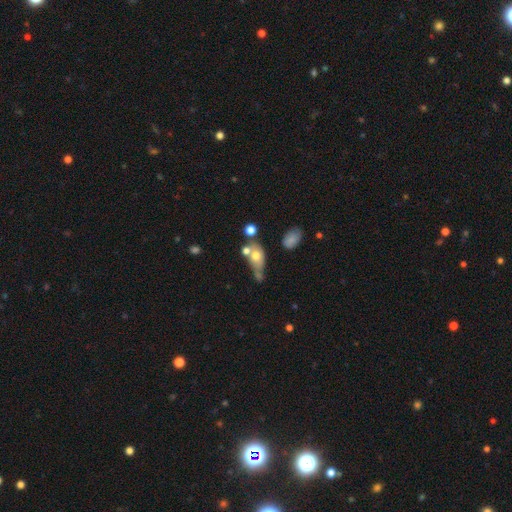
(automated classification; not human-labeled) A smooth galaxy with no disk features (59%) that is in between round and cigar-shaped (68%).

Vote fractions:
- Smooth or featured? smooth: 59% / featured or disk: 31% / star or artifact: 11%
- How rounded? in between: 68% / round: 24% / cigar-shaped: 8%
- Merging? merger: 41% / none: 26% / minor disturbance: 18% / major disturbance: 14%